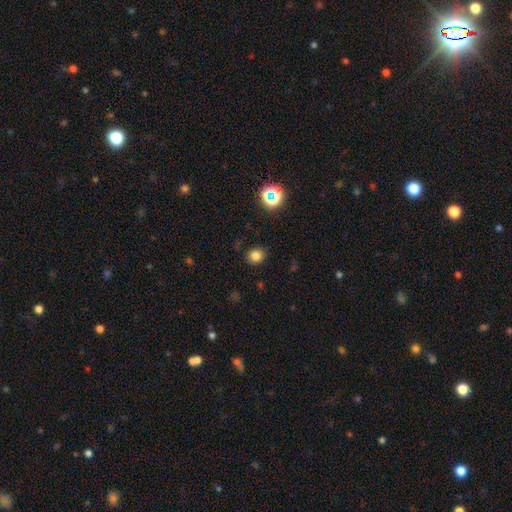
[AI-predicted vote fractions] smooth-or-featured: smooth: 80% | star or artifact: 15% | featured or disk: 6%
  how-rounded: round: 73% | in between: 26% | cigar-shaped: 1%
  merging: none: 86% | minor disturbance: 9% | major disturbance: 3% | merger: 1%